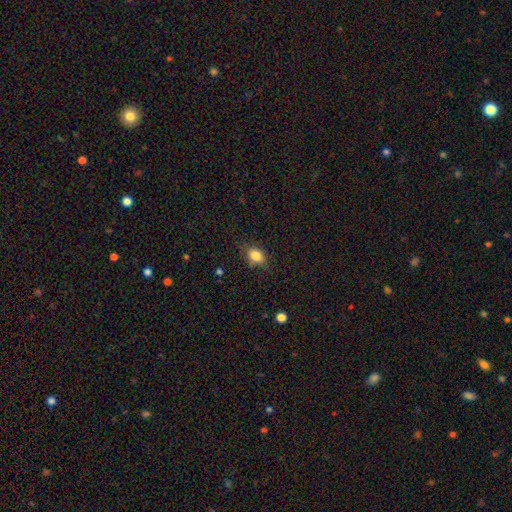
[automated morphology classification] A smooth galaxy with no disk features (84%) that is in between round and cigar-shaped (66%).

Vote fractions:
- Smooth or featured? smooth: 84% / star or artifact: 10% / featured or disk: 6%
- How rounded? in between: 66% / round: 33% / cigar-shaped: 1%
- Merging? none: 78% / minor disturbance: 17% / major disturbance: 4% / merger: 1%